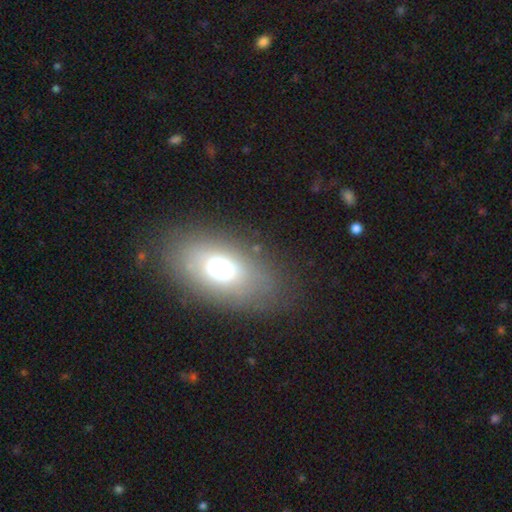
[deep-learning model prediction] Morphology: type=smooth (63%); roundness=in between (90%); merging=none (84%).